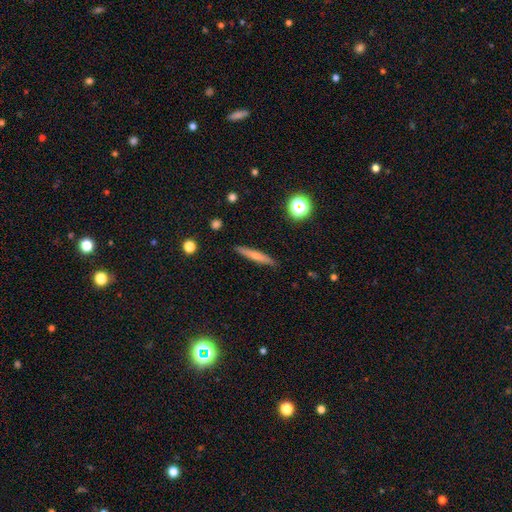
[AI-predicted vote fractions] Smooth or featured?
  - smooth: 62% *
  - featured or disk: 30%
  - star or artifact: 8%
How rounded?
  - cigar-shaped: 92% *
  - in between: 6%
  - round: 2%
Merging?
  - none: 88% *
  - minor disturbance: 8%
  - major disturbance: 2%
  - merger: 1%